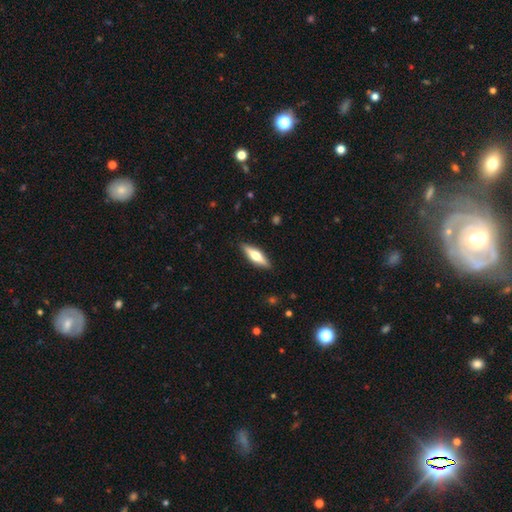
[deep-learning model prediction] This is possibly a featured or disk galaxy (55%). It is clearly viewed edge-on (94%). Edge-on bulge: clearly rounded (94%). Merging: clearly none (89%).